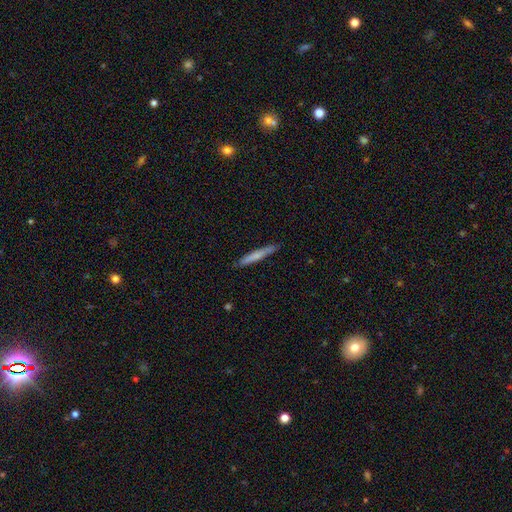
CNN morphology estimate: Smooth or featured?
  - smooth: 68% *
  - featured or disk: 27%
  - star or artifact: 6%
How rounded?
  - cigar-shaped: 95% *
  - in between: 3%
  - round: 1%
Merging?
  - none: 86% *
  - minor disturbance: 11%
  - major disturbance: 2%
  - merger: 1%